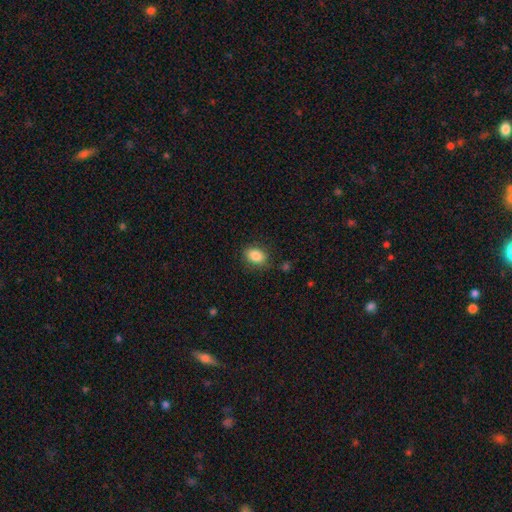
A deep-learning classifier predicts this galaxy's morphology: This appears to be a smooth galaxy with no disk features (86%) that is in between round and cigar-shaped (77%). Merging: none (81%).